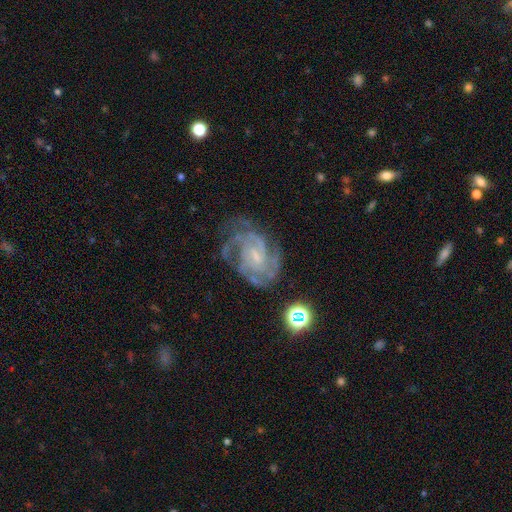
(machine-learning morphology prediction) The model was most divided on "spiral arm count": 3: 28%, can't tell: 26%, 2: 19%, 4: 16%, more than 4: 6%, 1: 6%. Remaining: edge-on disk — no (98%); spiral arms — yes (96%); smooth or featured — featured or disk (86%); bulge size — small (68%); merging — none (61%); spiral winding — tight (54%); bar — no (48%).